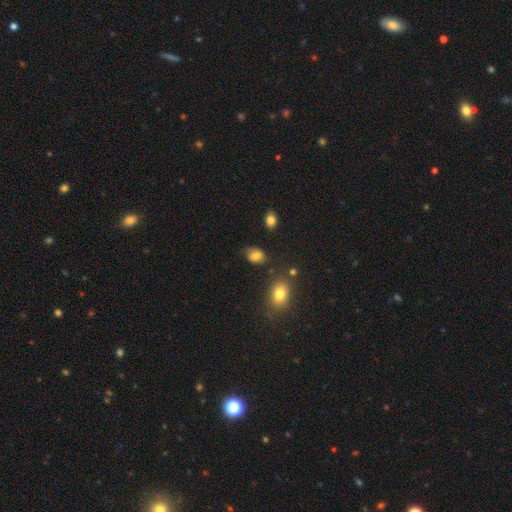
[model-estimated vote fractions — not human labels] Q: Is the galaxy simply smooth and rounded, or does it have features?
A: smooth — 74%.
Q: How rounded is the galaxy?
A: in between — 74%.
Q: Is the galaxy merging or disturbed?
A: none — 62%.